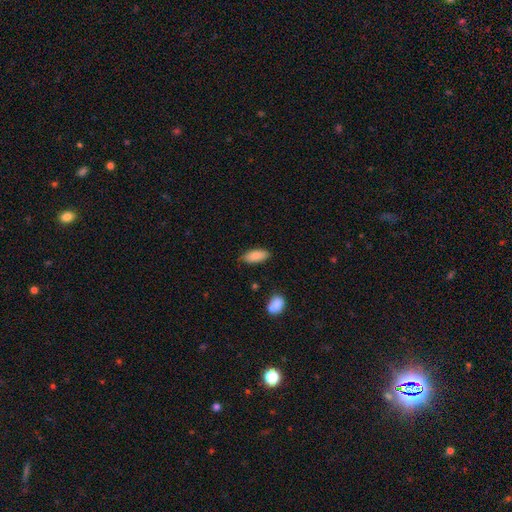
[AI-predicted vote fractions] Smooth or featured: smooth — 86% (featured or disk — 8%)
How rounded: in between — 85% (cigar-shaped — 12%)
Merging: none — 81% (minor disturbance — 15%)